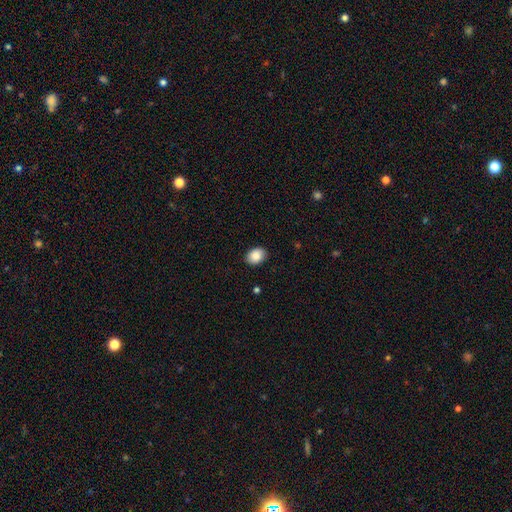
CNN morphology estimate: type=smooth (88%); roundness=in between (68%); merging=none (87%).